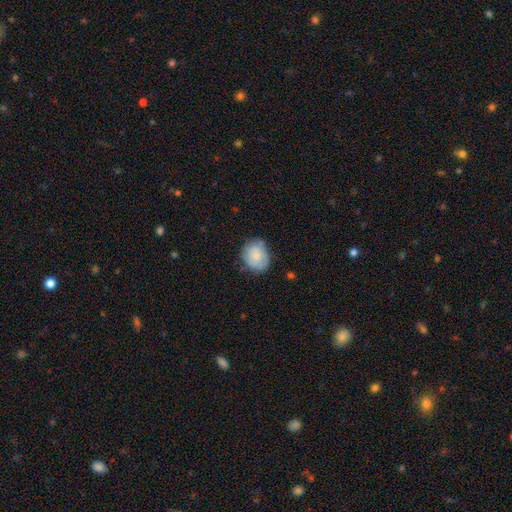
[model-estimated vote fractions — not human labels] The model was most divided on "how rounded": round: 63%, in between: 36%, cigar-shaped: 1%. More confident: smooth or featured — smooth (71%); merging — none (63%).